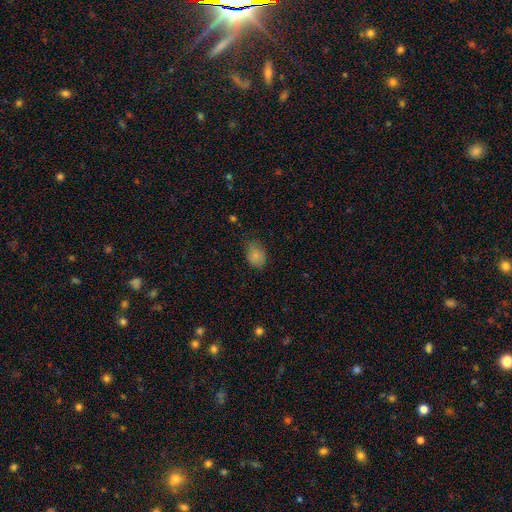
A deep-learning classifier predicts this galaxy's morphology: Smooth or featured: smooth — 85% (star or artifact — 9%)
How rounded: in between — 70% (round — 29%)
Merging: none — 67% (minor disturbance — 26%)